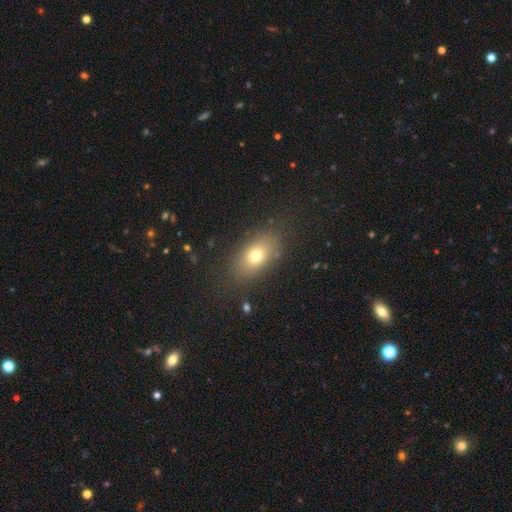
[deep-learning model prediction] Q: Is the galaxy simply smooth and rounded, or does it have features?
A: smooth — 74%.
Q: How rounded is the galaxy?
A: in between — 83%.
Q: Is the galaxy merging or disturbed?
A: none — 82%.